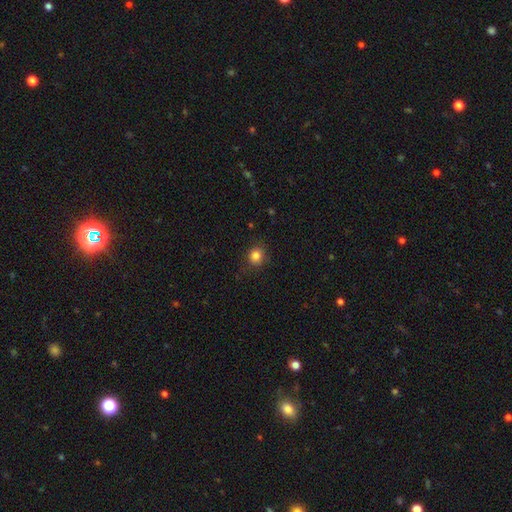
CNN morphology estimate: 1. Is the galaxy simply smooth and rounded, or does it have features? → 84% smooth, 12% star or artifact, 5% featured or disk.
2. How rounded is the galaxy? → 83% round, 16% in between, 1% cigar-shaped.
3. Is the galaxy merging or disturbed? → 85% none, 11% minor disturbance, 3% major disturbance, 1% merger.